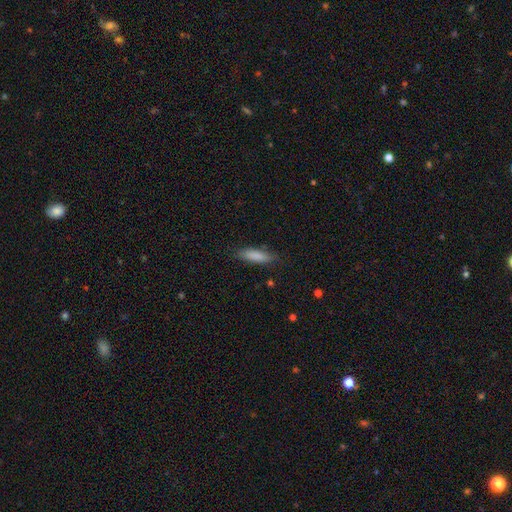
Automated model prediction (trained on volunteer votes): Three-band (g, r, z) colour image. It shows a smooth galaxy with no disk features (85%) that is cigar-shaped (60%). Merging: none (83%).